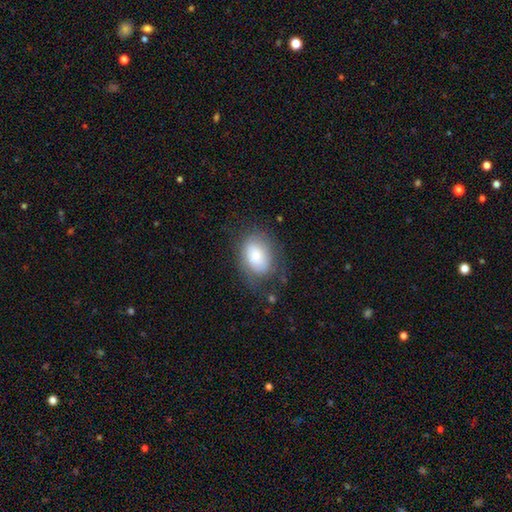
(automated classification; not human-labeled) smooth_or_featured: smooth (p=0.68) [alt: featured or disk p=0.23]
how_rounded: in between (p=0.77) [alt: round p=0.22]
merging: none (p=0.60) [alt: minor disturbance p=0.24]